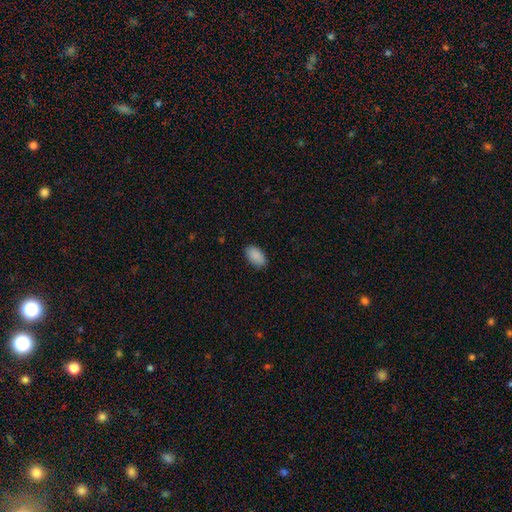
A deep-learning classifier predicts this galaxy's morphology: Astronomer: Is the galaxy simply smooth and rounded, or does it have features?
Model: smooth — 89%.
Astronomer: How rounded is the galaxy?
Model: in between — 94%.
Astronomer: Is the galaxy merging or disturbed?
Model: none — 85%.